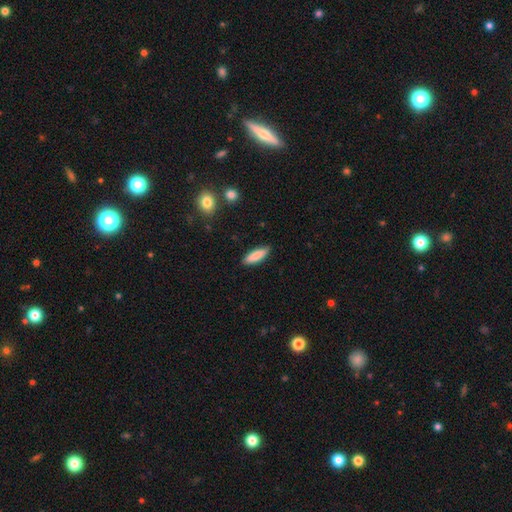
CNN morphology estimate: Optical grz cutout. It shows a smooth galaxy with no disk features (84%) that is cigar-shaped (56%). Merging: none (87%).